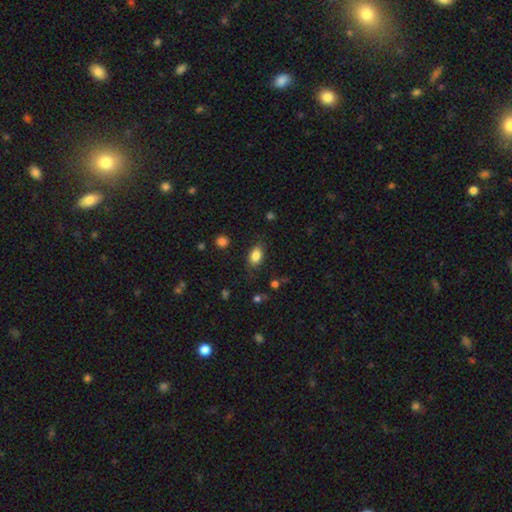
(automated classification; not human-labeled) A smooth galaxy with no disk features (84%) that is in between round and cigar-shaped (86%). Merging: none (78%).